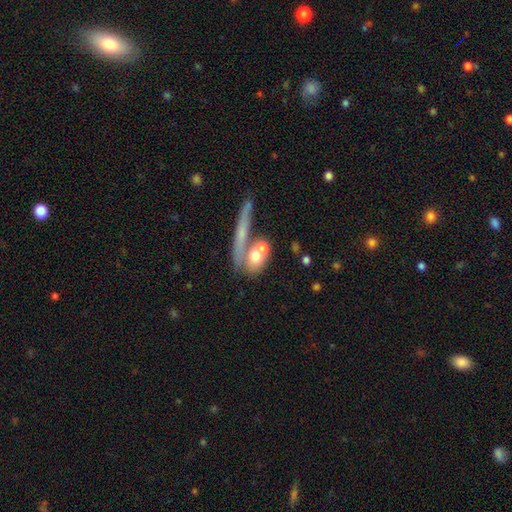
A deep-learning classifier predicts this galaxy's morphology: Smooth or featured? smooth (61%)
How rounded? round (48%)
Merging? merger (47%)